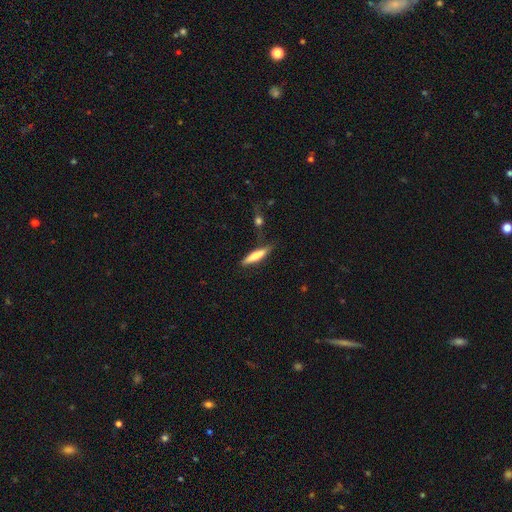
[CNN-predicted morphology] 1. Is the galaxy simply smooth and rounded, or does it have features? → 65% smooth, 30% featured or disk, 6% star or artifact.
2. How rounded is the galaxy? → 83% cigar-shaped, 15% in between, 2% round.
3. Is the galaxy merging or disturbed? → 75% none, 16% minor disturbance, 5% merger, 4% major disturbance.